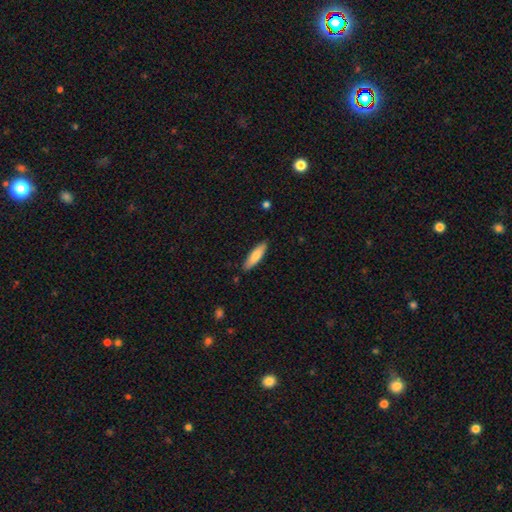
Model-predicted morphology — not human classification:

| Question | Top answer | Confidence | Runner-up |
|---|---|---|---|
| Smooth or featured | smooth | 77% | featured or disk (18%) |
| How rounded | cigar-shaped | 64% | in between (34%) |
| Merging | none | 87% | minor disturbance (10%) |